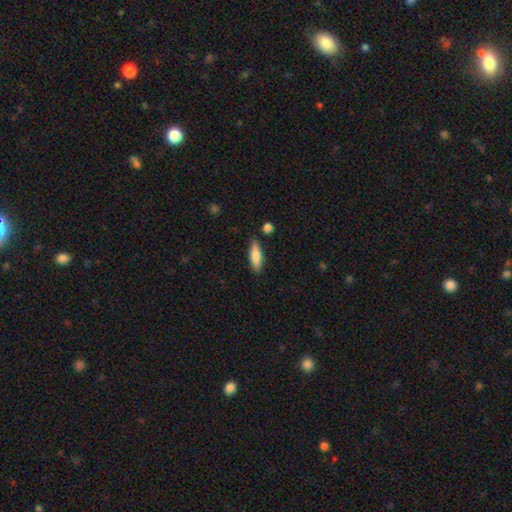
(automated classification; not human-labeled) Smooth or featured? smooth (80%)
How rounded? cigar-shaped (50%)
Merging? none (83%)